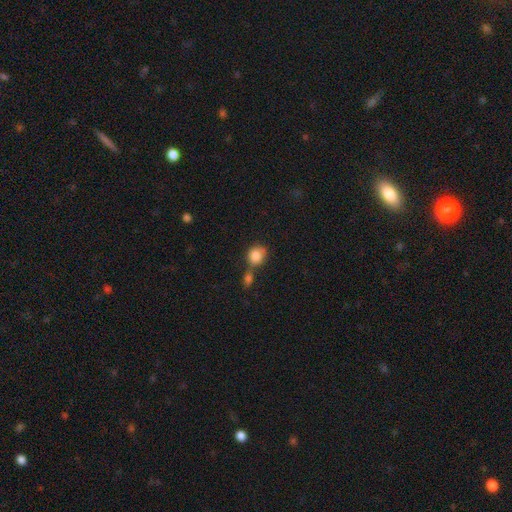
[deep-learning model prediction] Smooth or featured: smooth — 85% (star or artifact — 8%)
How rounded: round — 74% (in between — 25%)
Merging: none — 45% (merger — 35%)